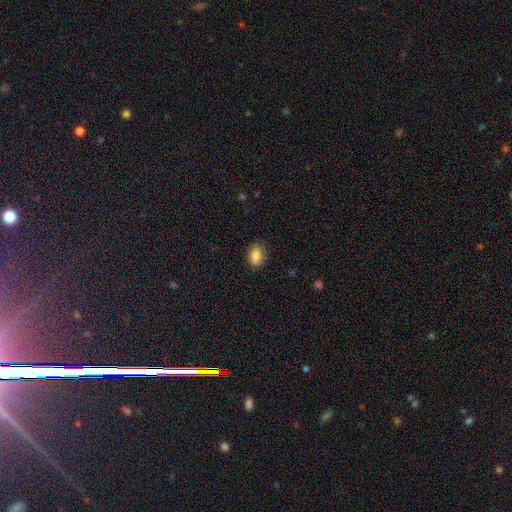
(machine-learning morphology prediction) Smooth or featured? Predicted: smooth (p=0.85). How rounded? Predicted: in between (p=0.85). Merging? Predicted: none (p=0.84).